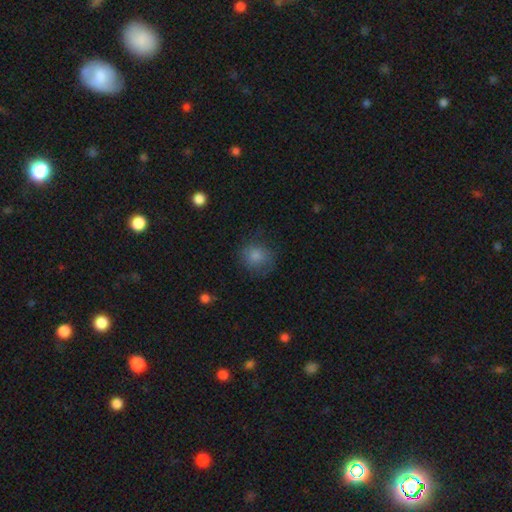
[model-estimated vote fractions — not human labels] Smooth or featured? Predicted: smooth (p=0.80). How rounded? Predicted: round (p=0.82). Merging? Predicted: none (p=0.69).